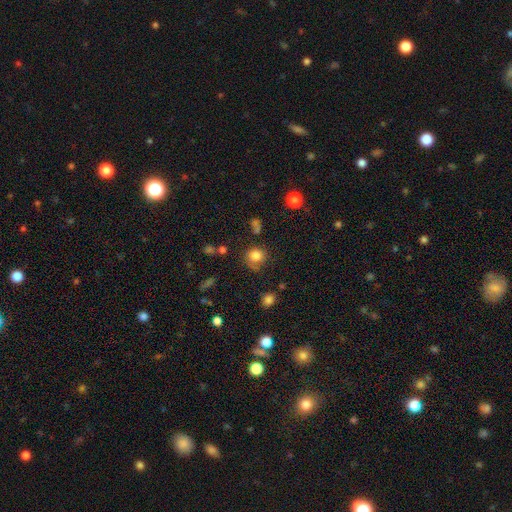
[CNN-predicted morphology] smooth-or-featured: smooth: 79% | star or artifact: 12% | featured or disk: 9%
  how-rounded: round: 83% | in between: 16% | cigar-shaped: 1%
  merging: none: 63% | minor disturbance: 21% | major disturbance: 10% | merger: 6%